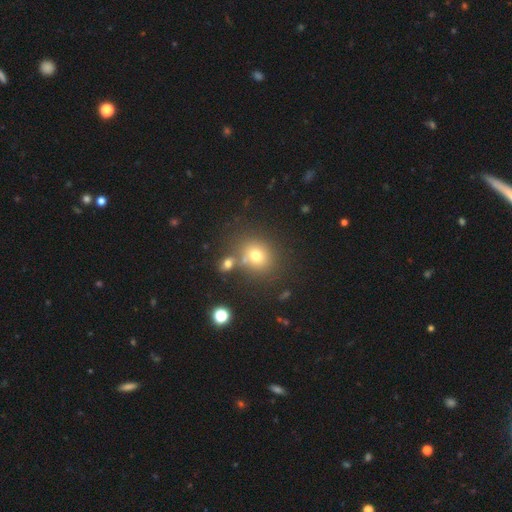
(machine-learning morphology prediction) This is likely a smooth galaxy (72%). How rounded: likely round (75%). Merging: likely none (68%).